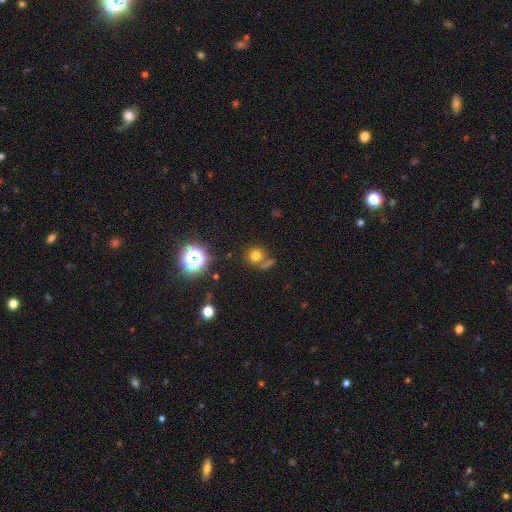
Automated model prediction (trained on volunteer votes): This is likely a smooth galaxy (73%). How rounded: clearly round (88%). Merging: likely none (67%).